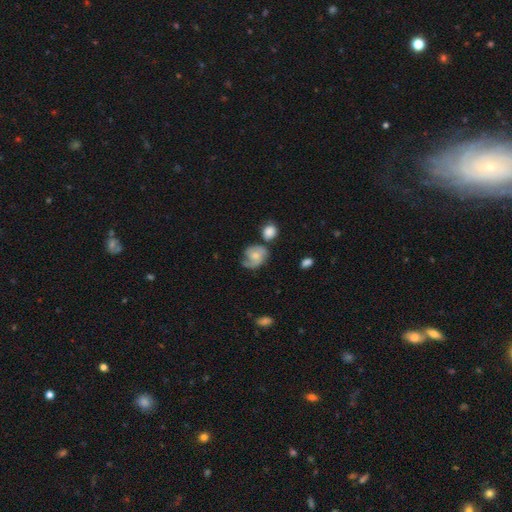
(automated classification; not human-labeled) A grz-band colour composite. It shows a featured or disk galaxy (64%) with no bar (68%), 2 (47%) medium (41%) spiral arms (89%) and a moderate central bulge (48%). Merging: none (46%).